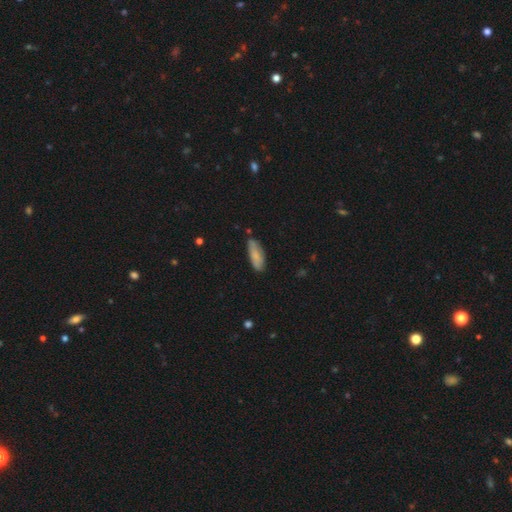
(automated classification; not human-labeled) The model was most divided on "how rounded": in between: 64%, cigar-shaped: 34%, round: 2%. More confident: smooth or featured — smooth (82%); merging — none (78%).